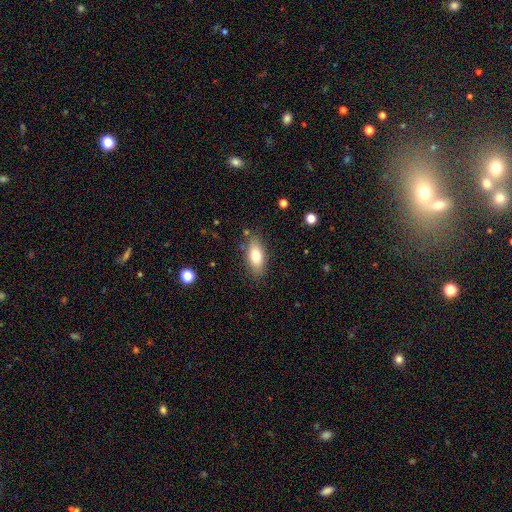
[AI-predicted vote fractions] smooth_or_featured: smooth (p=0.75) [alt: featured or disk p=0.18]
how_rounded: in between (p=0.83) [alt: cigar-shaped p=0.13]
merging: none (p=0.81) [alt: minor disturbance p=0.13]